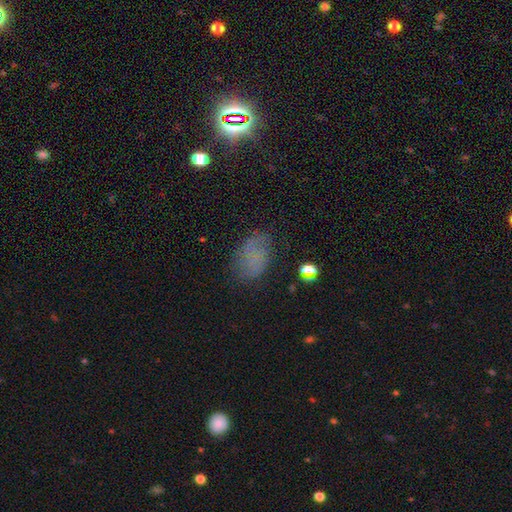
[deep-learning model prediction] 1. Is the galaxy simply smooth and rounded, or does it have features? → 51% smooth, 30% star or artifact, 18% featured or disk.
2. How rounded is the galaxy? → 83% in between, 15% round, 2% cigar-shaped.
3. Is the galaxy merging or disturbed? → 66% none, 21% minor disturbance, 11% major disturbance, 2% merger.